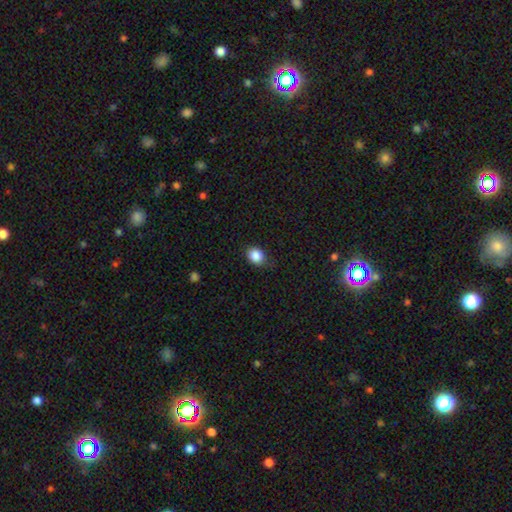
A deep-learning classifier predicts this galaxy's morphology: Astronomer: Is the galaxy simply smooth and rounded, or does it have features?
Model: smooth — 87%.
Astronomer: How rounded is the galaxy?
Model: round — 54% (runner-up: in between, 45%).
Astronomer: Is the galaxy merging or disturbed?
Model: none — 77%.